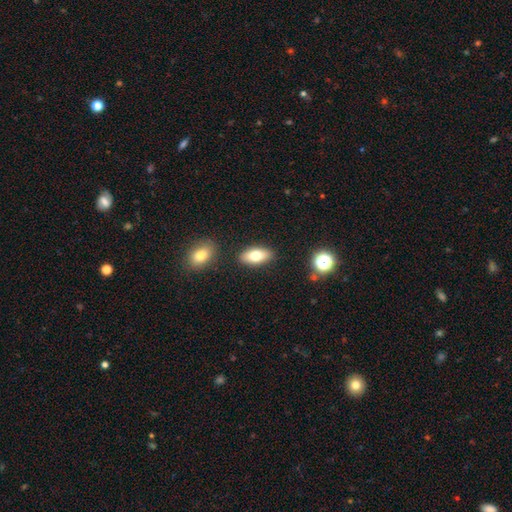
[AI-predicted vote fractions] Smooth or featured? Predicted: smooth (p=0.75). How rounded? Predicted: in between (p=0.88). Merging? Predicted: none (p=0.86).